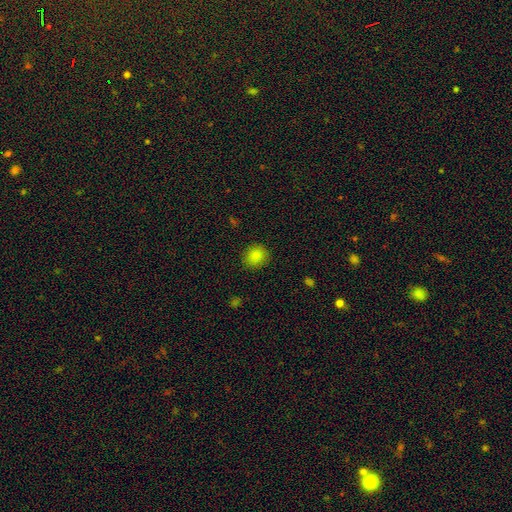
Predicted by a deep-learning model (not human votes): smooth_or_featured: smooth (p=0.85) [alt: star or artifact p=0.11]
how_rounded: round (p=0.76) [alt: in between p=0.23]
merging: none (p=0.88) [alt: minor disturbance p=0.09]